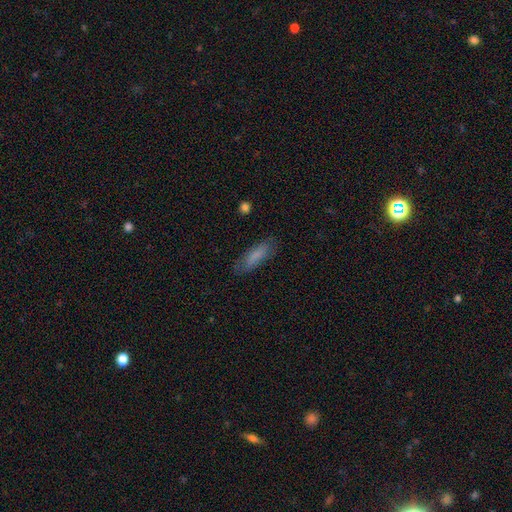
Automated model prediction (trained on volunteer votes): The model was most divided on "how rounded": cigar-shaped: 51%, in between: 47%, round: 2%. More confident: merging — none (80%); smooth or featured — smooth (78%).